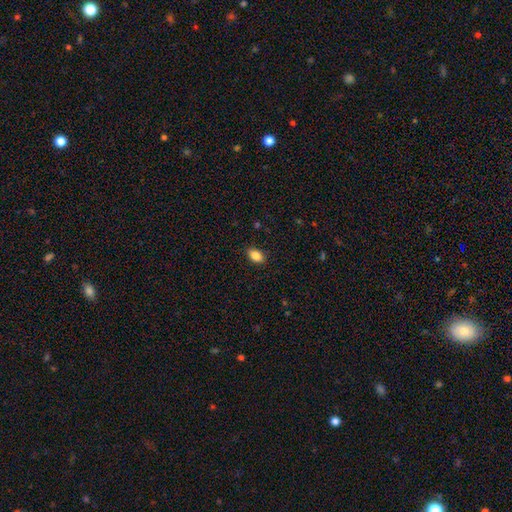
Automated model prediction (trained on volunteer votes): A smooth galaxy with no disk features (86%) that is in between round and cigar-shaped (89%).

Vote fractions:
- Smooth or featured? smooth: 86% / star or artifact: 8% / featured or disk: 5%
- How rounded? in between: 89% / round: 9% / cigar-shaped: 2%
- Merging? none: 88% / minor disturbance: 9% / major disturbance: 2% / merger: 1%